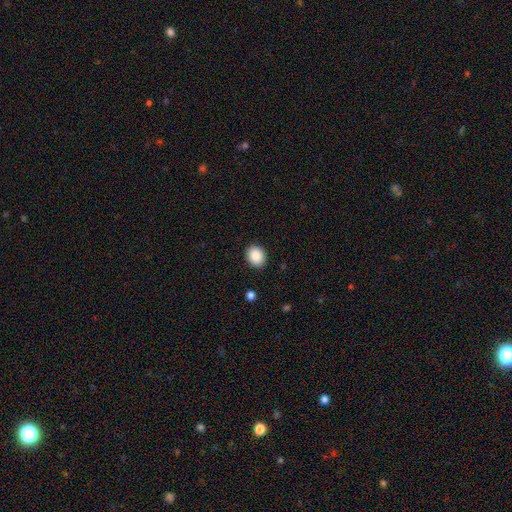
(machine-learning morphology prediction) Q: Smooth or featured?
A: smooth (89%); runner-up: star or artifact (8%)
Q: How rounded?
A: round (56%); runner-up: in between (43%)
Q: Merging?
A: none (90%); runner-up: minor disturbance (7%)